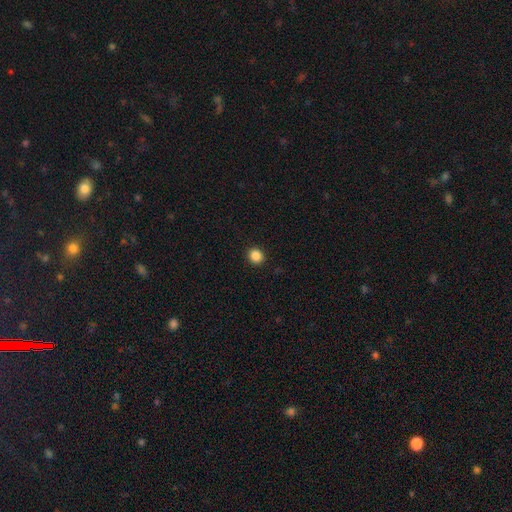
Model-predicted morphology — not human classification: Q: Smooth or featured?
A: smooth (87%); runner-up: star or artifact (10%)
Q: How rounded?
A: round (85%); runner-up: in between (14%)
Q: Merging?
A: none (93%); runner-up: minor disturbance (4%)